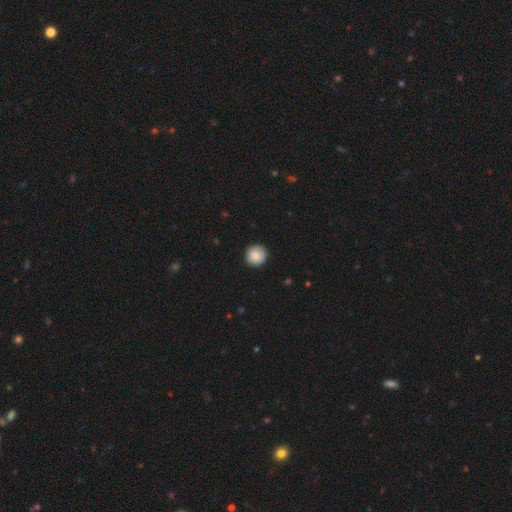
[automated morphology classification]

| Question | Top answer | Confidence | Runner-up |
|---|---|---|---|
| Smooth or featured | smooth | 84% | featured or disk (9%) |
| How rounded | round | 95% | in between (4%) |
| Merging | none | 90% | minor disturbance (7%) |